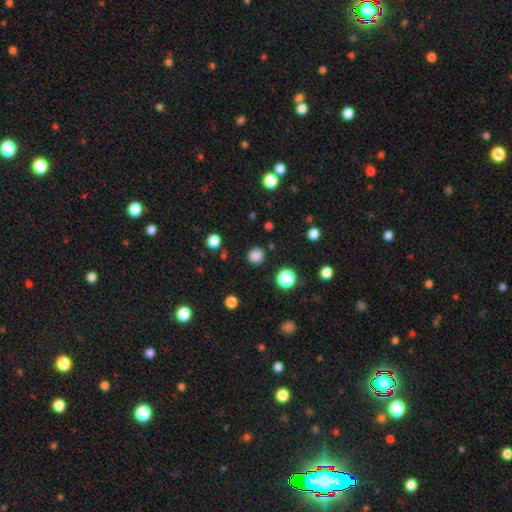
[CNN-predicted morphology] Smooth or featured? Predicted: smooth (p=0.82). How rounded? Predicted: round (p=0.92). Merging? Predicted: none (p=0.88).